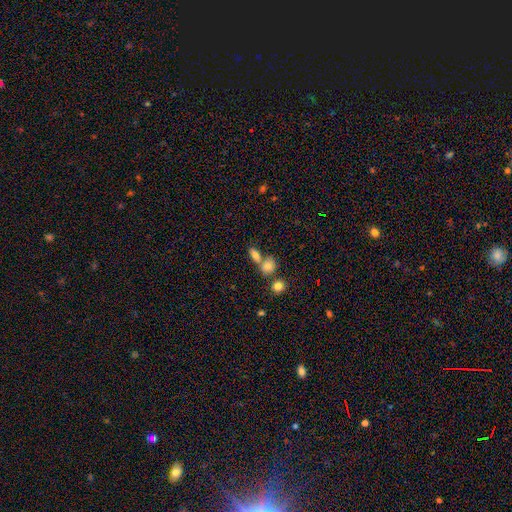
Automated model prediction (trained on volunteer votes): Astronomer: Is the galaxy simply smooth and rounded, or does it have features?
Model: smooth — 78%.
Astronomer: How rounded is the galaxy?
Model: in between — 79%.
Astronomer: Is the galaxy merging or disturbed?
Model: merger — 45% (runner-up: none, 41%).